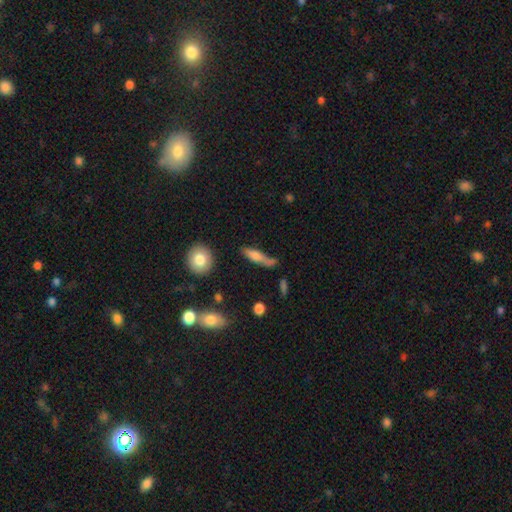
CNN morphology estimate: Q: Smooth or featured?
A: smooth (66%); runner-up: featured or disk (26%)
Q: How rounded?
A: cigar-shaped (60%); runner-up: in between (35%)
Q: Merging?
A: none (51%); runner-up: minor disturbance (27%)